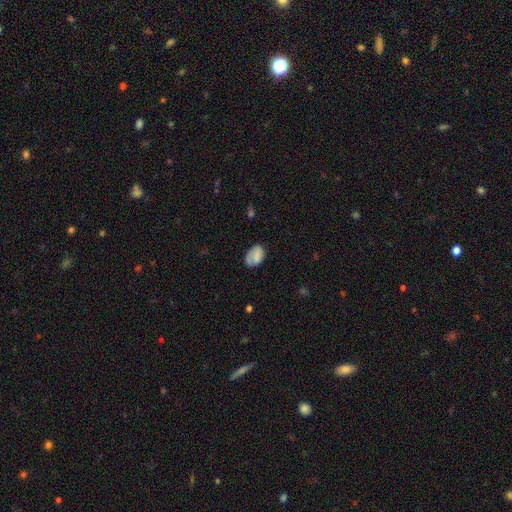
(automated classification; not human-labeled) smooth 75%, featured or disk 17%, star or artifact 8%. Down the decision tree: how rounded — in between (83%); merging — none (63%).